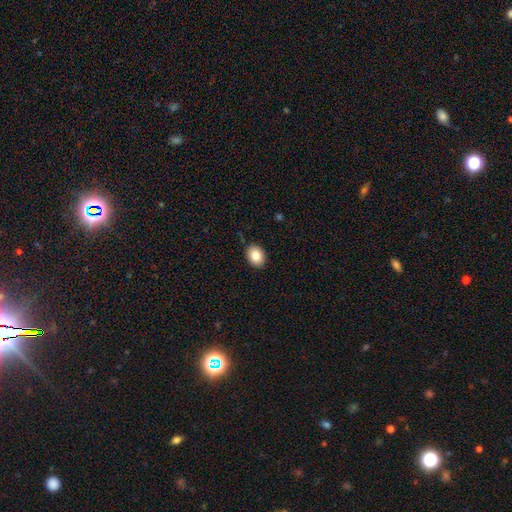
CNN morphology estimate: Smooth or featured? smooth (85%)
How rounded? in between (65%)
Merging? none (88%)